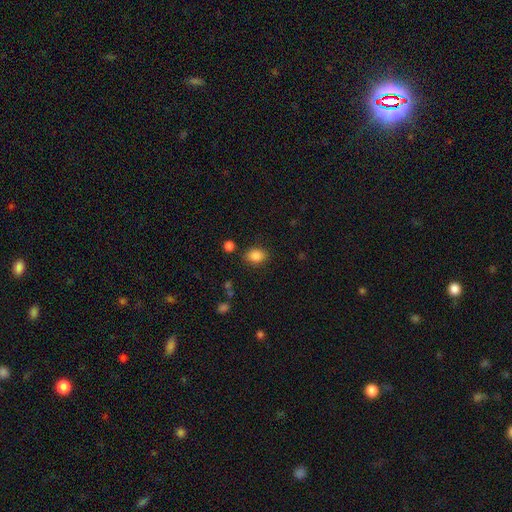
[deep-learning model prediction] smooth_or_featured: smooth (p=0.86) [alt: star or artifact p=0.10]
how_rounded: in between (p=0.68) [alt: round p=0.31]
merging: none (p=0.82) [alt: minor disturbance p=0.11]